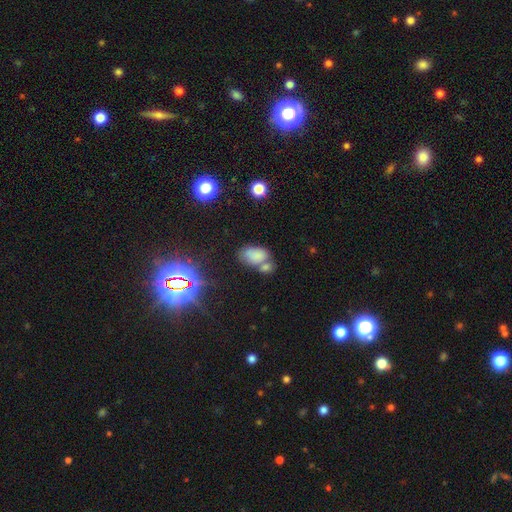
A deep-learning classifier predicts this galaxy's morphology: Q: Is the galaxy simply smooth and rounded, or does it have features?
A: smooth — 74%.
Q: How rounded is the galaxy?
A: in between — 91%.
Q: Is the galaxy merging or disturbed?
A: none — 40%.